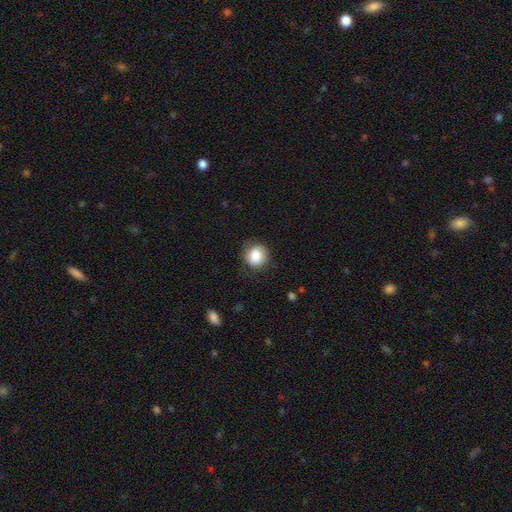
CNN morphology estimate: smooth-or-featured: smooth: 85% | star or artifact: 8% | featured or disk: 7%
  how-rounded: round: 85% | in between: 15% | cigar-shaped: 1%
  merging: none: 78% | minor disturbance: 17% | major disturbance: 5% | merger: 1%